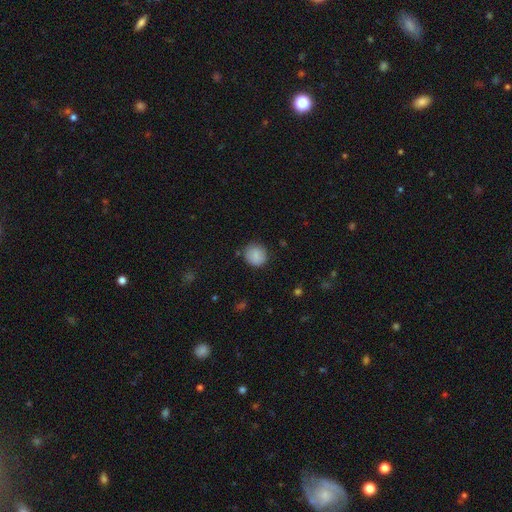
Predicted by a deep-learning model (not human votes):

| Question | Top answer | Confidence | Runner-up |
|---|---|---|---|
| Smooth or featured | smooth | 86% | star or artifact (8%) |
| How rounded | round | 88% | in between (11%) |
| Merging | none | 84% | minor disturbance (12%) |